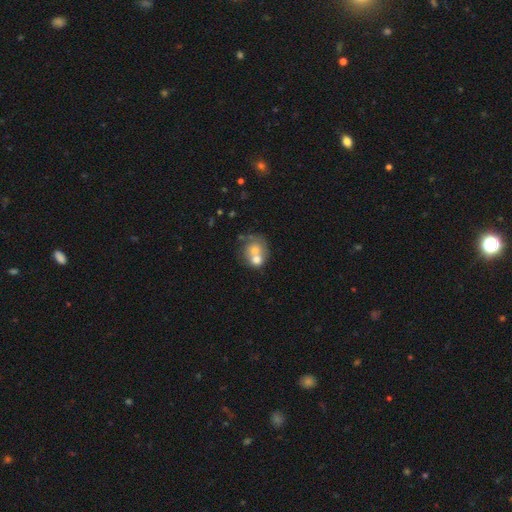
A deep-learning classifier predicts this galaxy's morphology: This appears to be a smooth galaxy with no disk features (62%) that is round (67%). Merging: merger (64%).